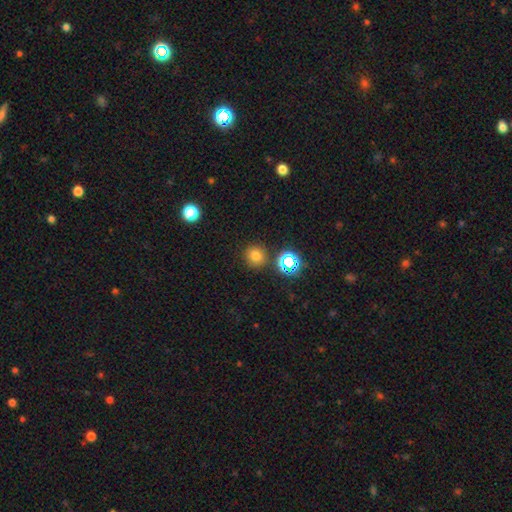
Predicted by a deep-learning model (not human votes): Smooth or featured: smooth — 71% (star or artifact — 22%)
How rounded: round — 92% (in between — 7%)
Merging: none — 85% (minor disturbance — 7%)